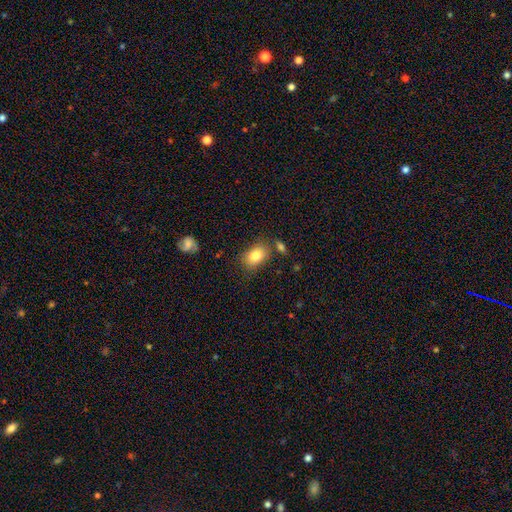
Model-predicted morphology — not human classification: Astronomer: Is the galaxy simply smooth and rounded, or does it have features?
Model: smooth — 82%.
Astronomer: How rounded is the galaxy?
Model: in between — 82%.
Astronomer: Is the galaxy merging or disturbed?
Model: none — 75%.